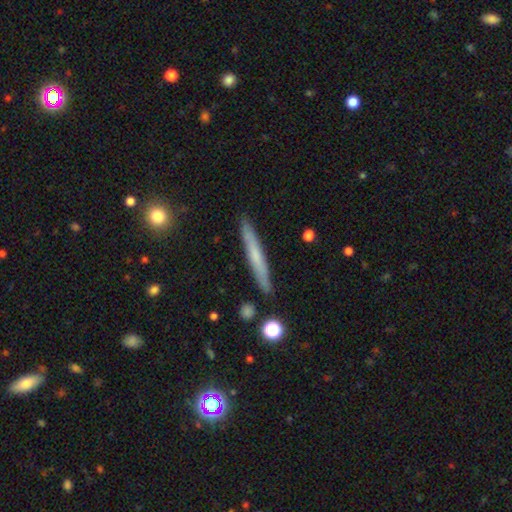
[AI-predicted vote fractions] Morphology: type=smooth (52%); roundness=cigar-shaped (96%); merging=none (90%).